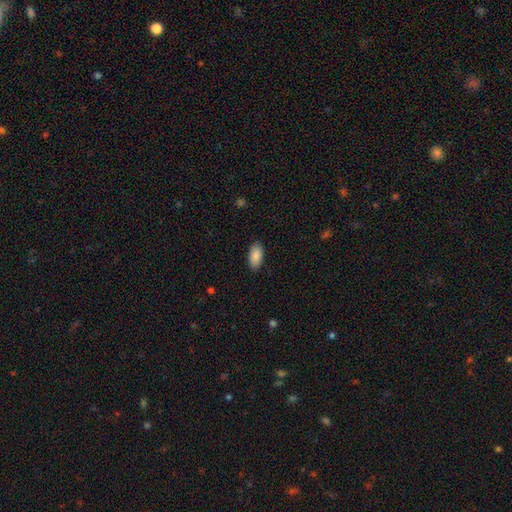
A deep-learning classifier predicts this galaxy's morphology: smooth_or_featured: smooth (p=0.89) [alt: star or artifact p=0.06]
how_rounded: in between (p=0.94) [alt: cigar-shaped p=0.04]
merging: none (p=0.88) [alt: minor disturbance p=0.09]